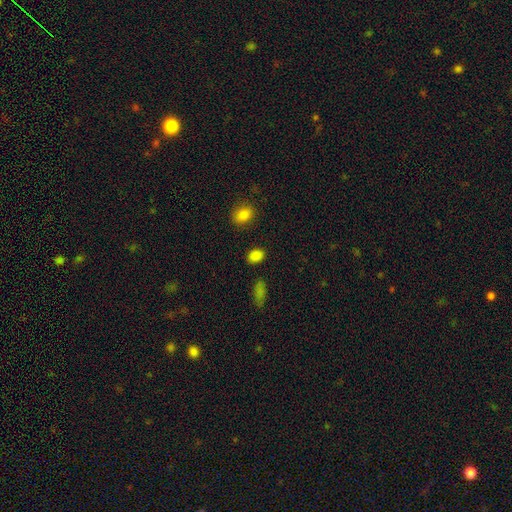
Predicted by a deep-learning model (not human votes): smooth-or-featured: smooth: 86% | star or artifact: 10% | featured or disk: 3%
  how-rounded: in between: 76% | round: 22% | cigar-shaped: 2%
  merging: none: 87% | minor disturbance: 8% | merger: 2% | major disturbance: 2%